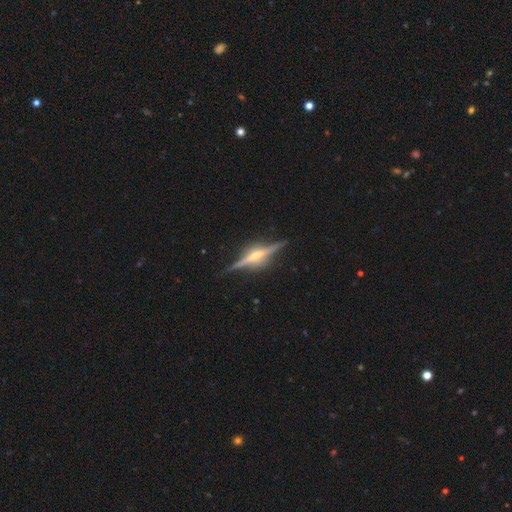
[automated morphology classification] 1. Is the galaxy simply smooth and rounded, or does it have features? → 83% featured or disk, 11% smooth, 6% star or artifact.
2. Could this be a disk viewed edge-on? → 97% yes, 3% no.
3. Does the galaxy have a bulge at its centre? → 70% rounded, 18% boxy, 12% none.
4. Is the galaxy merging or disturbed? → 86% none, 10% minor disturbance, 3% major disturbance, 1% merger.